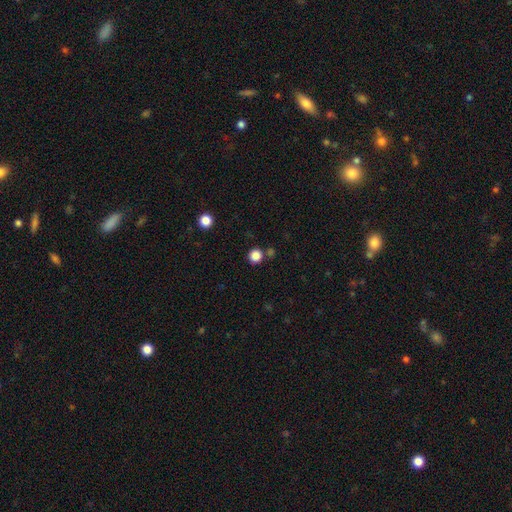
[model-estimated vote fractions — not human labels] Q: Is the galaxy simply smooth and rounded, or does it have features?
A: smooth — 85%.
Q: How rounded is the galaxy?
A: round — 91%.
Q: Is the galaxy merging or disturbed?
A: none — 80%.